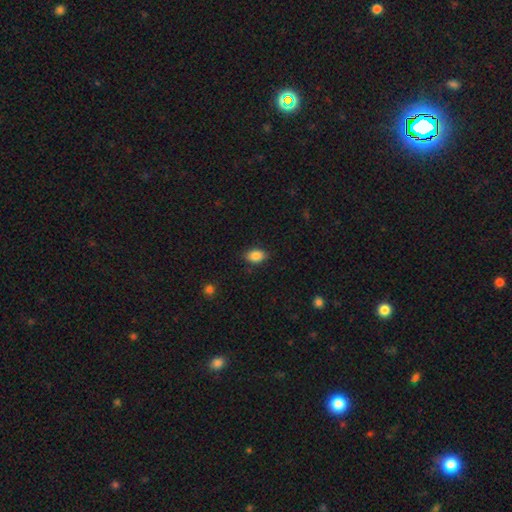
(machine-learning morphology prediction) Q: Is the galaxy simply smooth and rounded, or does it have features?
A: smooth — 86%.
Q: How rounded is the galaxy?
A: in between — 84%.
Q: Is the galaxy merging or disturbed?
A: none — 85%.